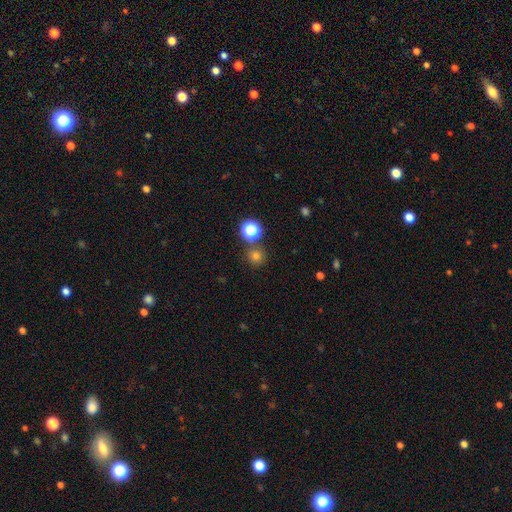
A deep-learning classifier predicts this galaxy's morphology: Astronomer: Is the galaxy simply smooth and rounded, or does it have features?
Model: smooth — 73%.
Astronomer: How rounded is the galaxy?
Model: round — 94%.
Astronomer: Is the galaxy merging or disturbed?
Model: none — 81%.